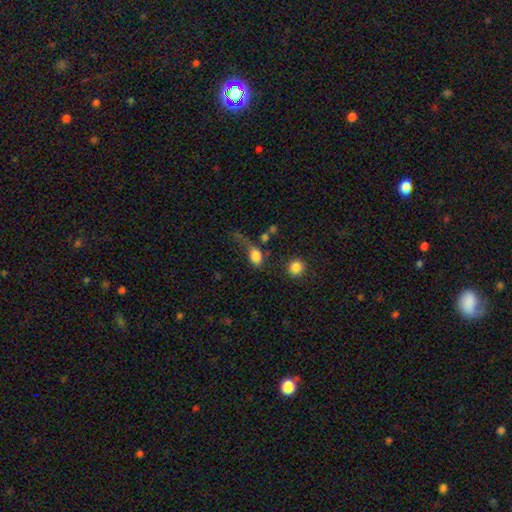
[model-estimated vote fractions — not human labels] Smooth or featured: smooth — 80% (featured or disk — 11%)
How rounded: in between — 71% (round — 26%)
Merging: major disturbance — 41% (none — 28%)